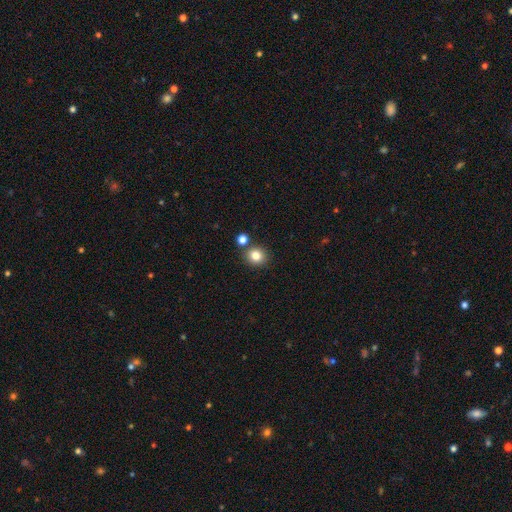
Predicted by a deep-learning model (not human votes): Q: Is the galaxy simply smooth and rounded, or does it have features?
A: smooth — 81%.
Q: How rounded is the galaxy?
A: round — 85%.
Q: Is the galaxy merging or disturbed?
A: none — 80%.